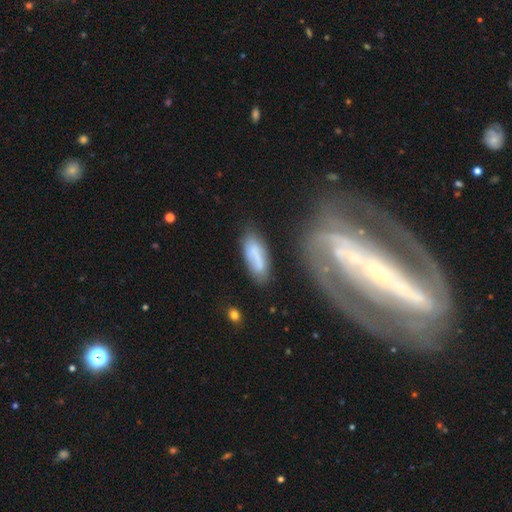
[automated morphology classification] A smooth galaxy with no disk features (69%) that is in between round and cigar-shaped (70%).

Vote fractions:
- Smooth or featured? smooth: 69% / featured or disk: 23% / star or artifact: 8%
- How rounded? in between: 70% / cigar-shaped: 28% / round: 2%
- Merging? none: 66% / minor disturbance: 20% / merger: 8% / major disturbance: 7%